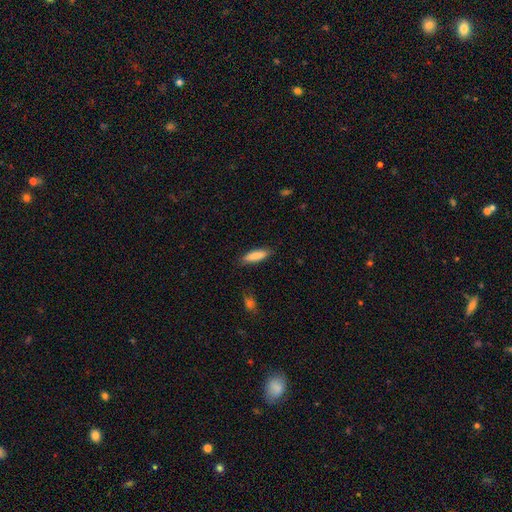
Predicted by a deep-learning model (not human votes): Q: Smooth or featured?
A: smooth (86%); runner-up: featured or disk (8%)
Q: How rounded?
A: cigar-shaped (60%); runner-up: in between (39%)
Q: Merging?
A: none (86%); runner-up: minor disturbance (10%)